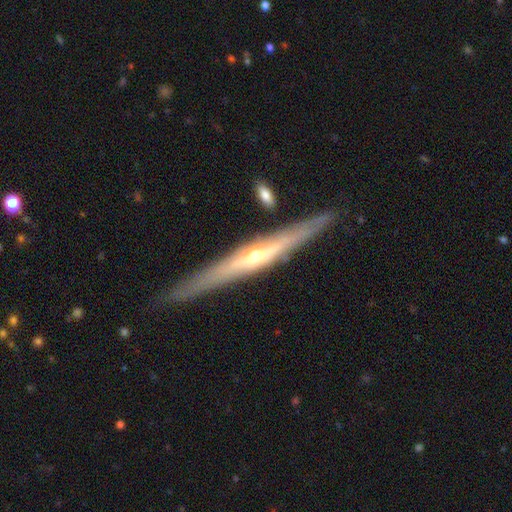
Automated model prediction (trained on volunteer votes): Smooth or featured? featured or disk (76%)
Edge-on disk? yes (94%)
Edge-on bulge? rounded (80%)
Merging? none (82%)